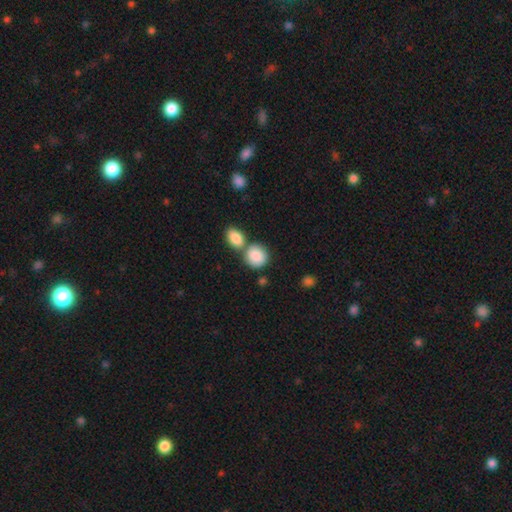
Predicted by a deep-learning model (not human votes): Q: Smooth or featured?
A: smooth (87%); runner-up: featured or disk (7%)
Q: How rounded?
A: round (76%); runner-up: in between (23%)
Q: Merging?
A: none (49%); runner-up: merger (38%)